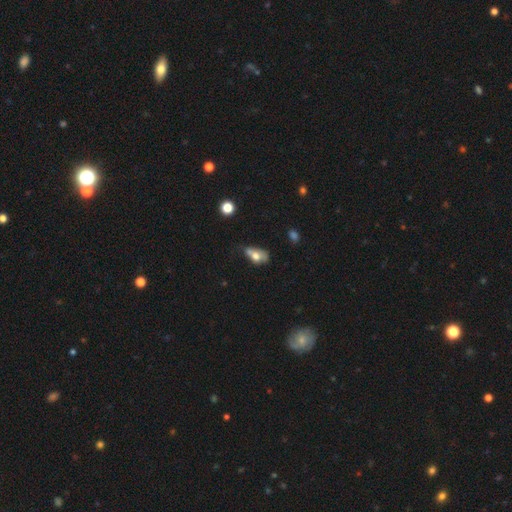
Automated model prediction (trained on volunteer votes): A smooth galaxy with no disk features (62%) that is in between round and cigar-shaped (82%).

Vote fractions:
- Smooth or featured? smooth: 62% / featured or disk: 28% / star or artifact: 10%
- How rounded? in between: 82% / round: 12% / cigar-shaped: 6%
- Merging? minor disturbance: 34% / none: 27% / major disturbance: 23% / merger: 17%